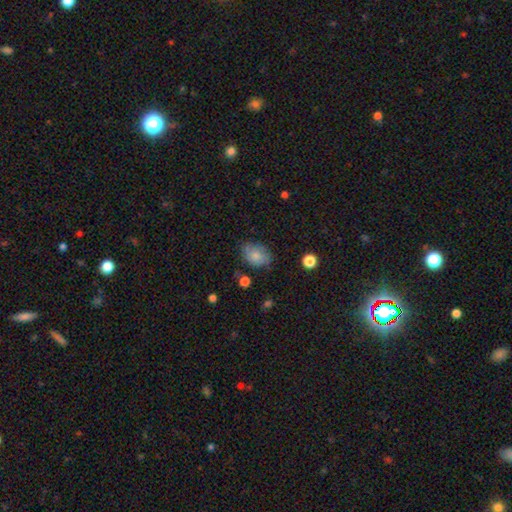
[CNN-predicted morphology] A smooth galaxy with no disk features (80%) that is in between round and cigar-shaped (76%). Merging: none (69%).